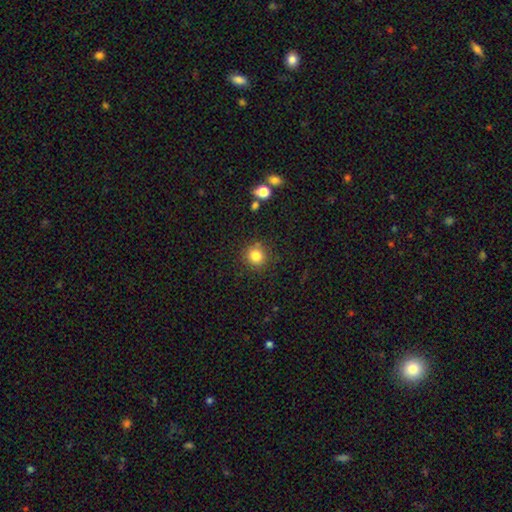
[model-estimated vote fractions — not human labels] Smooth or featured? smooth (83%)
How rounded? round (90%)
Merging? none (85%)